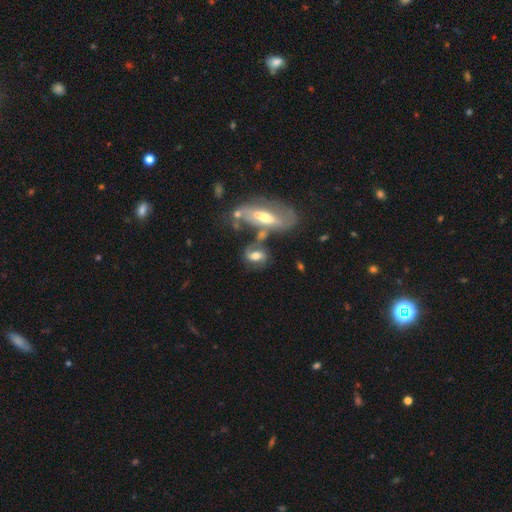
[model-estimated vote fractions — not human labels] A featured or disk galaxy (58%) with no bar (43%), spiral arms (70%) and a moderate central bulge (62%). Merging: none (36%).